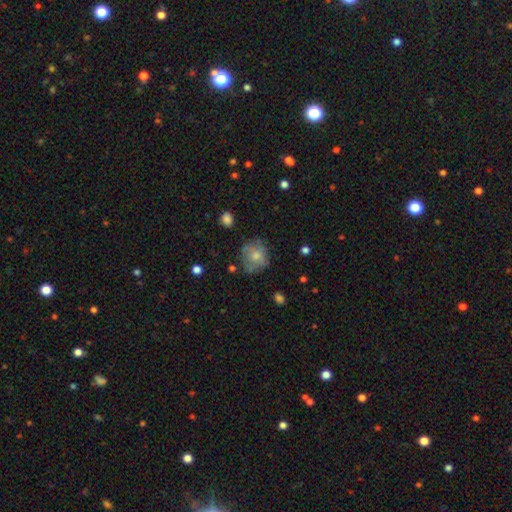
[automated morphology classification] smooth-or-featured: smooth: 65% | featured or disk: 26% | star or artifact: 9%
  how-rounded: round: 81% | in between: 18% | cigar-shaped: 1%
  merging: none: 63% | minor disturbance: 24% | major disturbance: 10% | merger: 3%